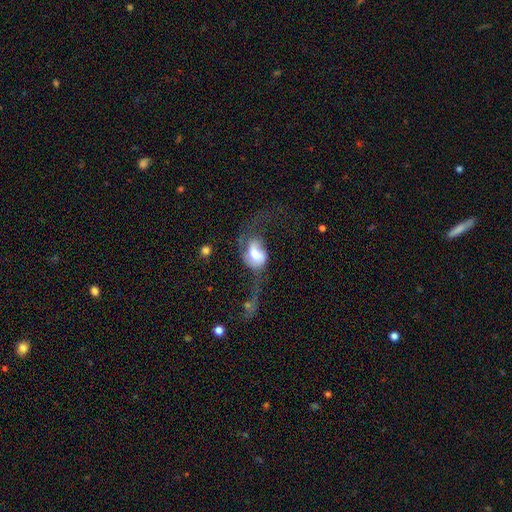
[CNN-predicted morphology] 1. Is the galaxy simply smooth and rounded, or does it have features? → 49% featured or disk, 42% smooth, 8% star or artifact.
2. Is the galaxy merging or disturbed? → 49% major disturbance, 25% none, 16% minor disturbance, 9% merger.